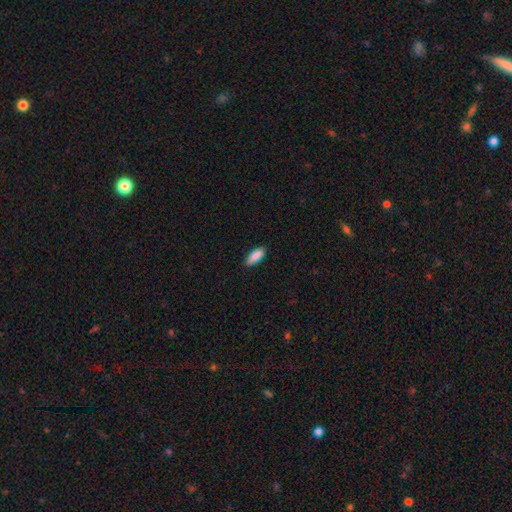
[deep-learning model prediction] smooth 89%, star or artifact 6%, featured or disk 5%. Down the decision tree: how rounded — in between (78%); merging — none (87%).